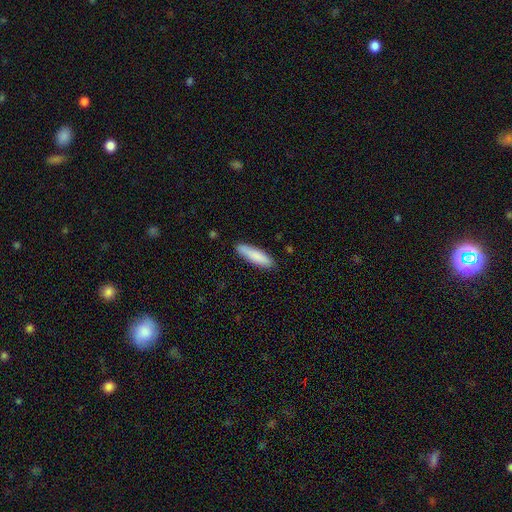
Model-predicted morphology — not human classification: A smooth galaxy with no disk features (85%) that is cigar-shaped (70%).

Vote fractions:
- Smooth or featured? smooth: 85% / featured or disk: 10% / star or artifact: 6%
- How rounded? cigar-shaped: 70% / in between: 29% / round: 1%
- Merging? none: 86% / minor disturbance: 11% / major disturbance: 2% / merger: 1%